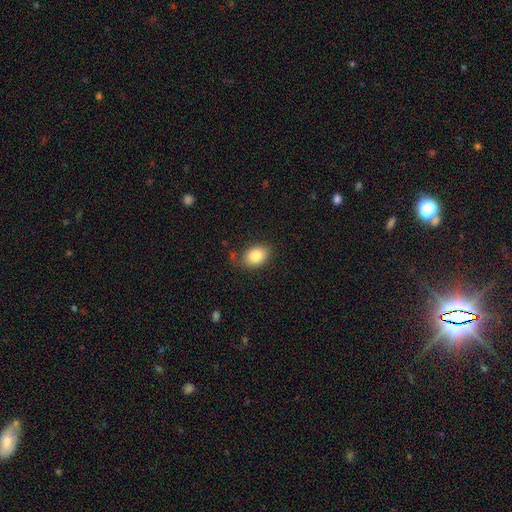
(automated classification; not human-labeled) This appears to be a smooth galaxy with no disk features (84%) that is in between round and cigar-shaped (75%). Merging: none (76%).